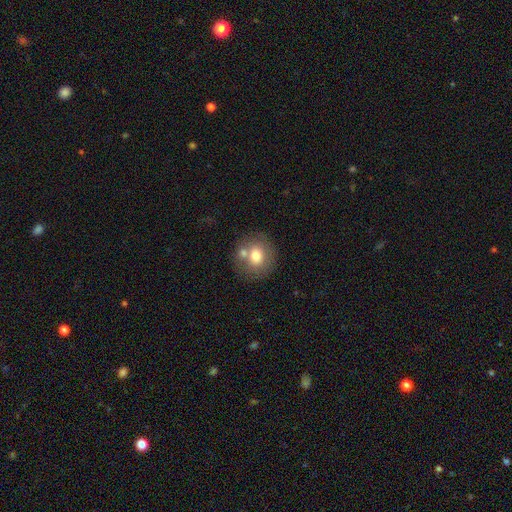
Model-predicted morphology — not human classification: type=smooth (72%); roundness=round (76%); merging=none (60%).